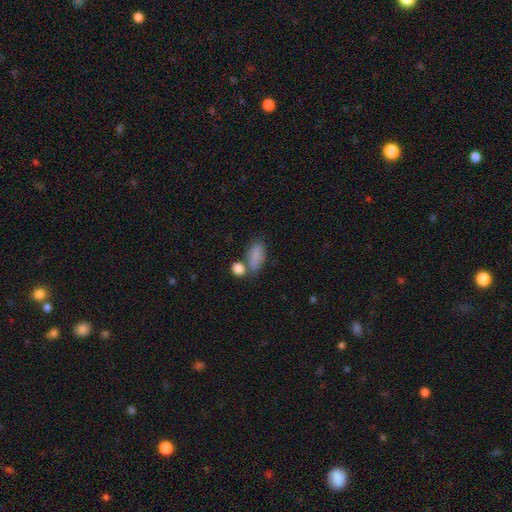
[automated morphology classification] This is clearly a smooth galaxy (83%). How rounded: clearly in between (87%). Merging: marginally none (44%).